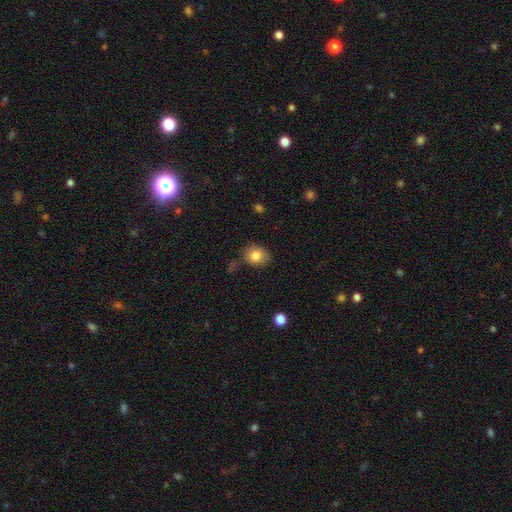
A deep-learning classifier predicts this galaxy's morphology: smooth_or_featured: smooth (p=0.82) [alt: featured or disk p=0.09]
how_rounded: round (p=0.51) [alt: in between p=0.48]
merging: none (p=0.77) [alt: minor disturbance p=0.16]